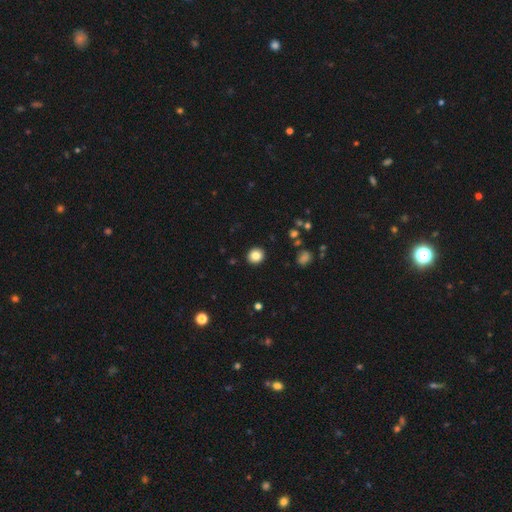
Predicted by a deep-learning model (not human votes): Overall: smooth (84%). How rounded: round (87%). Merging: none (92%).